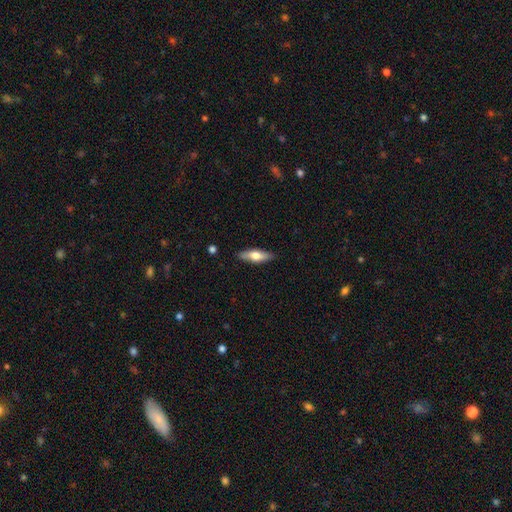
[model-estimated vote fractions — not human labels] A smooth galaxy with no disk features (61%) that is in between round and cigar-shaped (50%). Merging: none (87%).